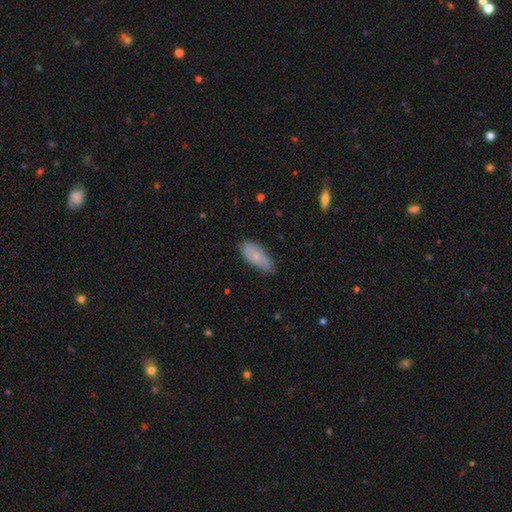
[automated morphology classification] A smooth galaxy with no disk features (68%) that is in between round and cigar-shaped (83%).

Vote fractions:
- Smooth or featured? smooth: 68% / featured or disk: 26% / star or artifact: 6%
- How rounded? in between: 83% / cigar-shaped: 15% / round: 2%
- Merging? none: 65% / minor disturbance: 29% / major disturbance: 5% / merger: 1%